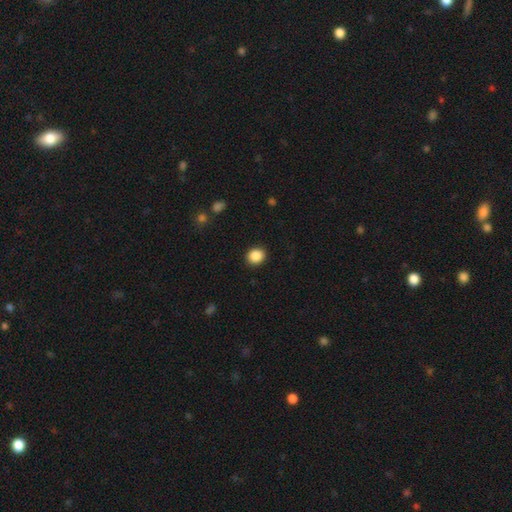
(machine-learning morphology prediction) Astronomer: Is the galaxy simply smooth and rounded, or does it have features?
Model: smooth — 88%.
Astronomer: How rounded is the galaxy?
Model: round — 75%.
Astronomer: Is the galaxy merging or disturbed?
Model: none — 91%.